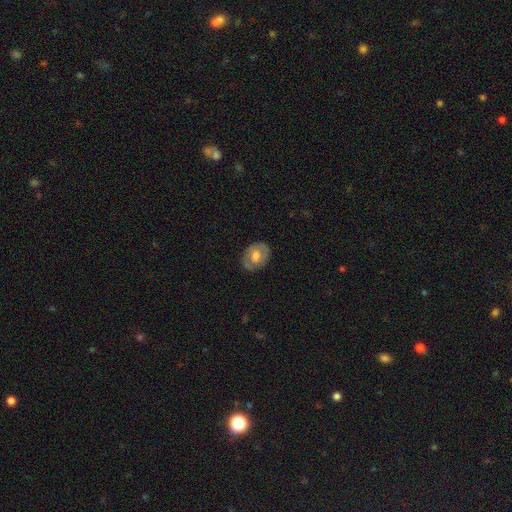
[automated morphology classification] A featured or disk galaxy (48%). Merging: none (78%).